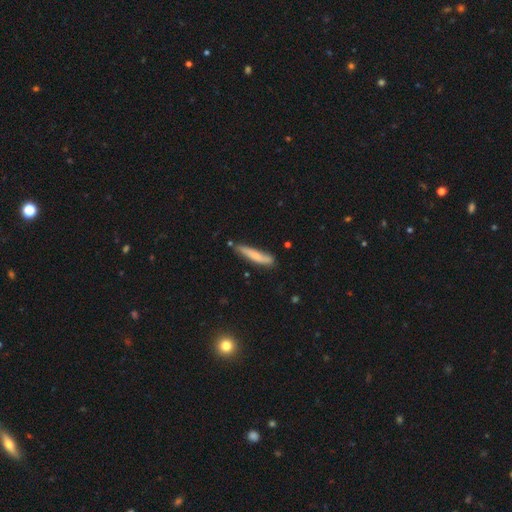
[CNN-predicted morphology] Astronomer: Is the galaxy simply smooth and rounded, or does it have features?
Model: smooth — 64%.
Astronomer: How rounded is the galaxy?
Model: cigar-shaped — 89%.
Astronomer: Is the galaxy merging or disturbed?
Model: none — 71%.